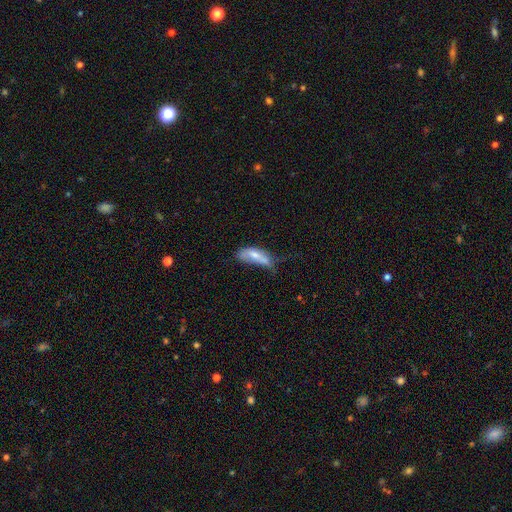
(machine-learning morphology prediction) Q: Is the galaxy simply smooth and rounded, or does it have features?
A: smooth — 62%.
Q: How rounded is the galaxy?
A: in between — 70%.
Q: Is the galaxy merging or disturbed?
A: minor disturbance — 34%.